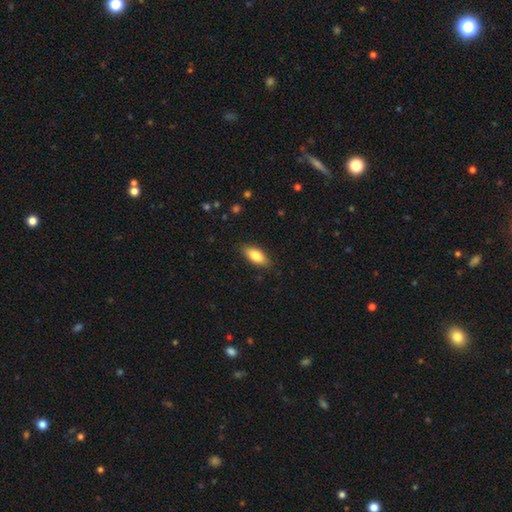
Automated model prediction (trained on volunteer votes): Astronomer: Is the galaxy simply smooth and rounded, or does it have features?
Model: smooth — 83%.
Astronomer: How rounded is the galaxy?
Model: in between — 85%.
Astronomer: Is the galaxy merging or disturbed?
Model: none — 86%.